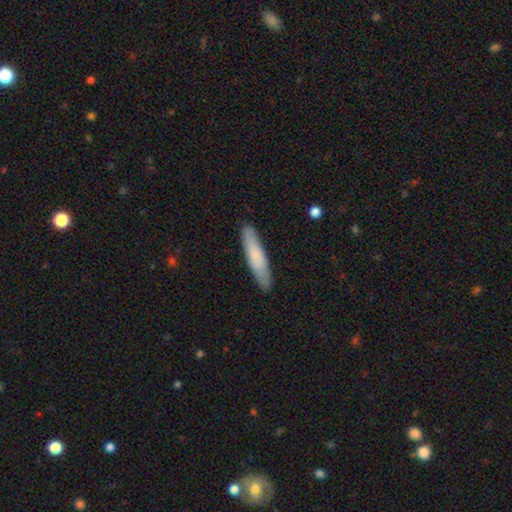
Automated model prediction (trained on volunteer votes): Smooth or featured? smooth (74%)
How rounded? cigar-shaped (85%)
Merging? none (88%)